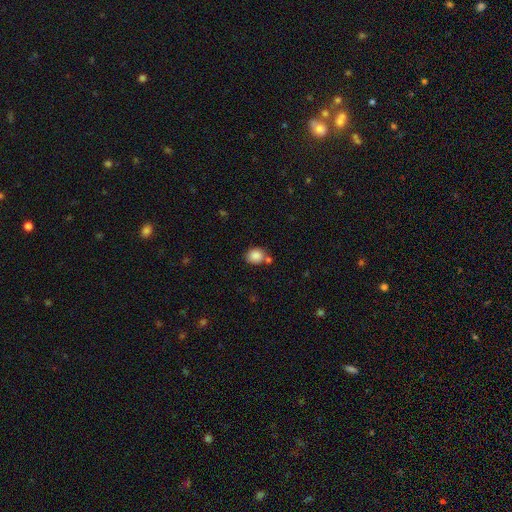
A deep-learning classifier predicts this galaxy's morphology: This appears to be a smooth galaxy with no disk features (86%) that is round (70%). Merging: none (65%).